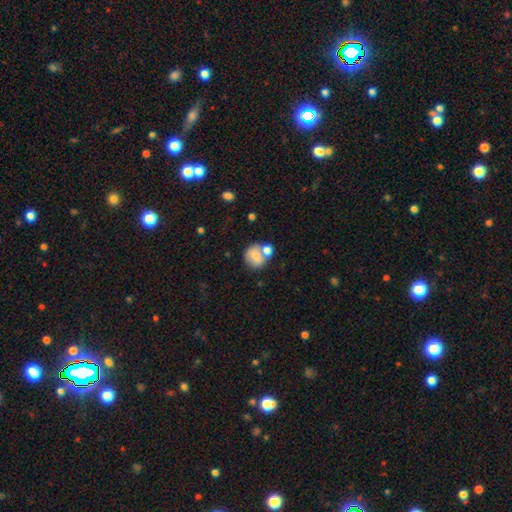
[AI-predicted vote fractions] Overall: smooth (72%). How rounded: round (74%). Merging: none (41%, tied with merger).